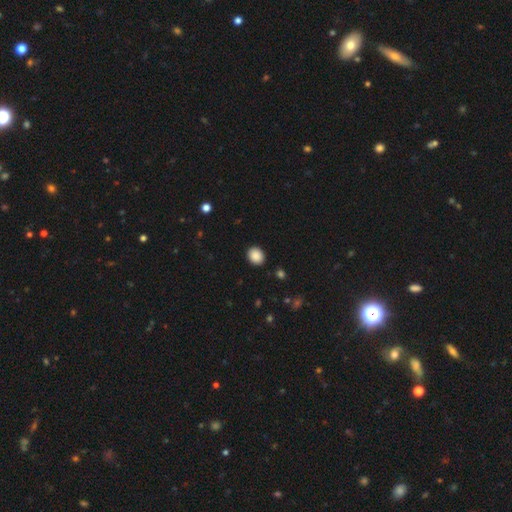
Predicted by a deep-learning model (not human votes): Overall: smooth (89%). How rounded: round (53%; in between 46%). Merging: none (90%).